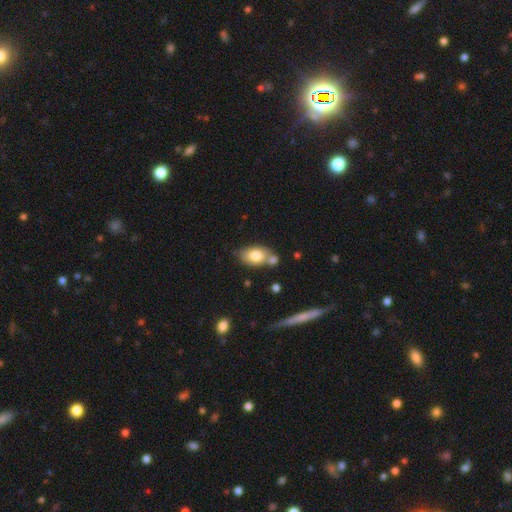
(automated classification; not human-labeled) The model was most divided on "merging": none: 56%, merger: 24%, minor disturbance: 16%, major disturbance: 4%. More confident: how rounded — in between (87%); smooth or featured — smooth (78%).